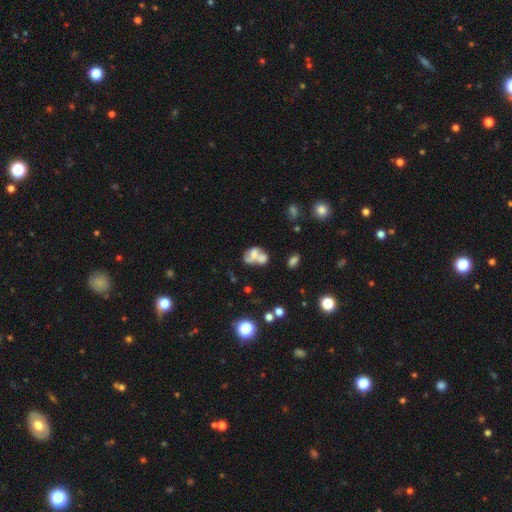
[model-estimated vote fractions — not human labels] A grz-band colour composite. It shows a featured or disk galaxy (44%, tied with smooth). Merging: merger (58%).